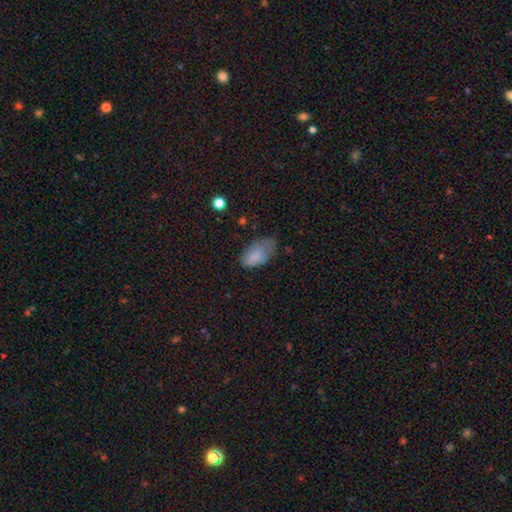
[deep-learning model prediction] This appears to be a smooth galaxy with no disk features (80%) that is in between round and cigar-shaped (94%). Merging: none (41%).